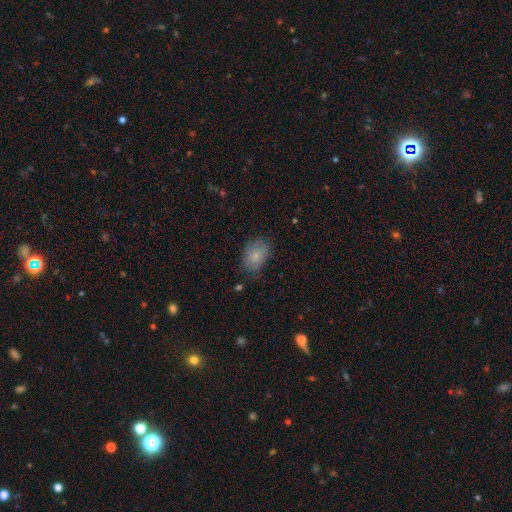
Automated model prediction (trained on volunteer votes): A smooth galaxy with no disk features (76%) that is in between round and cigar-shaped (79%). Merging: none (66%).